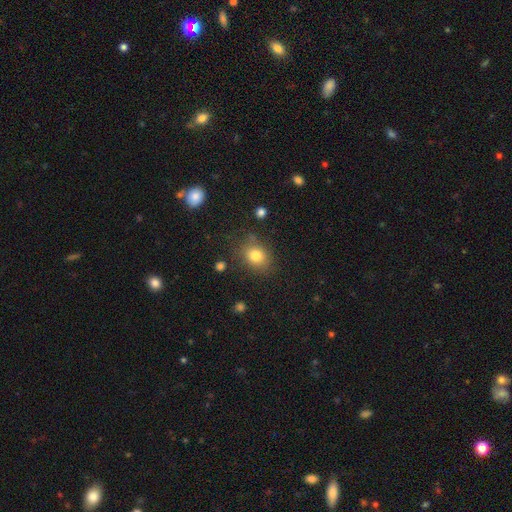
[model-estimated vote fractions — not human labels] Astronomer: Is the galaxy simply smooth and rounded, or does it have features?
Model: smooth — 80%.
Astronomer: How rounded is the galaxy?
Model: round — 52% (runner-up: in between, 47%).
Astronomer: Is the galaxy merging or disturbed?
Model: none — 77%.